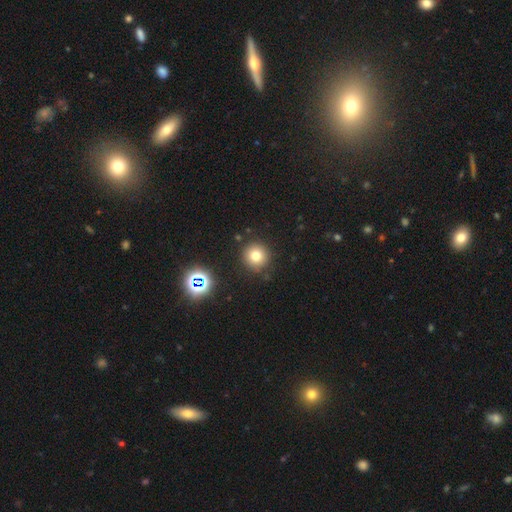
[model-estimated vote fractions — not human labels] This appears to be a smooth galaxy with no disk features (75%) that is round (94%). Merging: none (88%).